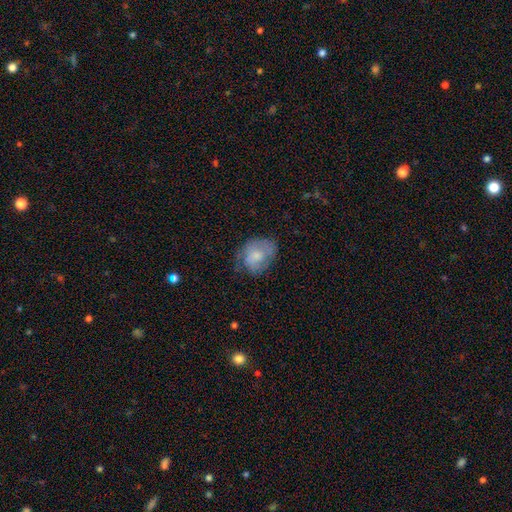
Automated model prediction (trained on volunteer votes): smooth_or_featured: smooth (p=0.60) [alt: featured or disk p=0.32]
how_rounded: in between (p=0.56) [alt: round p=0.43]
merging: none (p=0.49) [alt: minor disturbance p=0.33]